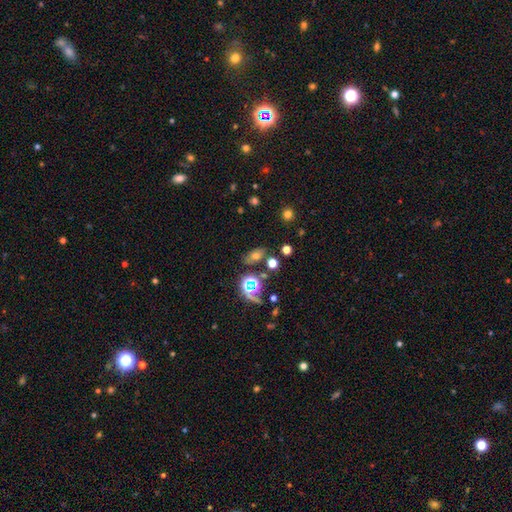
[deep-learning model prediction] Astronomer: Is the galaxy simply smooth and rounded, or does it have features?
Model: smooth — 53% (runner-up: star or artifact, 29%).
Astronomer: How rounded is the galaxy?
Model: in between — 80%.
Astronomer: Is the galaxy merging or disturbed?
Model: none — 75%.